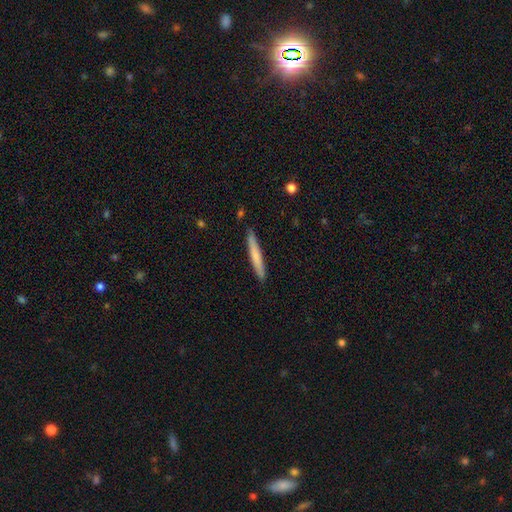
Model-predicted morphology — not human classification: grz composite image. It shows a smooth galaxy with no disk features (67%) that is cigar-shaped (96%). Merging: none (90%).